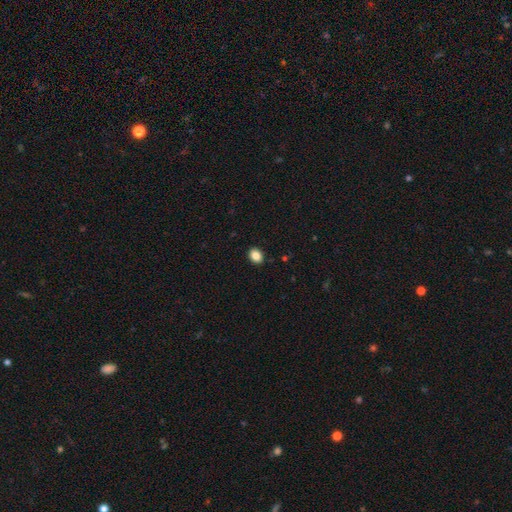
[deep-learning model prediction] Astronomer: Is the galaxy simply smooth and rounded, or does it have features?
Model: smooth — 86%.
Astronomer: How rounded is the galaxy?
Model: in between — 62% (runner-up: round, 37%).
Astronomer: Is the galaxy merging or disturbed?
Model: none — 90%.